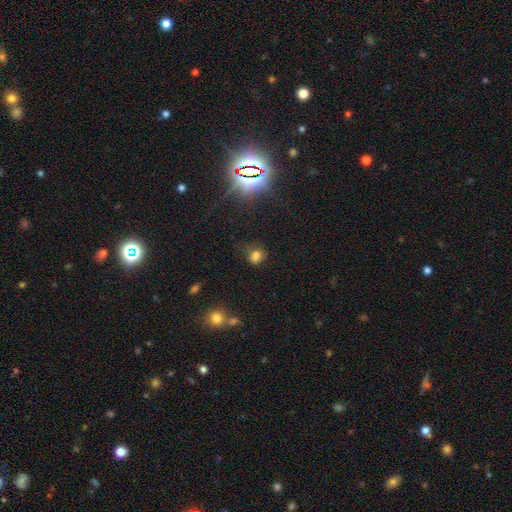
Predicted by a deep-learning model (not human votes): Smooth or featured?
  - smooth: 69% *
  - star or artifact: 23%
  - featured or disk: 8%
How rounded?
  - in between: 50% *
  - round: 48%
  - cigar-shaped: 2%
Merging?
  - none: 56% *
  - minor disturbance: 23%
  - major disturbance: 12%
  - merger: 10%